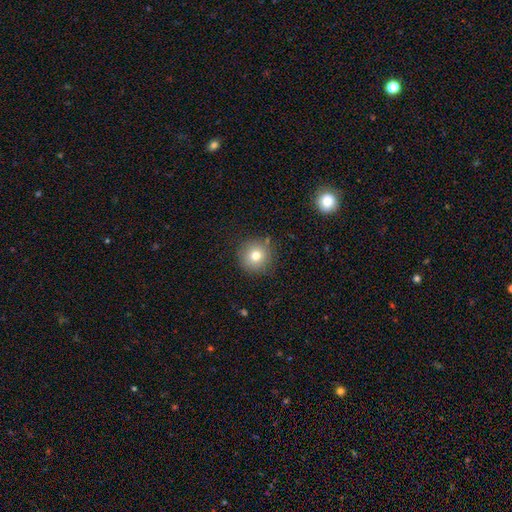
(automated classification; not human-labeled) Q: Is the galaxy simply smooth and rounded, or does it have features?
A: smooth — 76%.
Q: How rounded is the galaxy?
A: round — 95%.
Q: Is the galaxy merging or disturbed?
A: none — 86%.